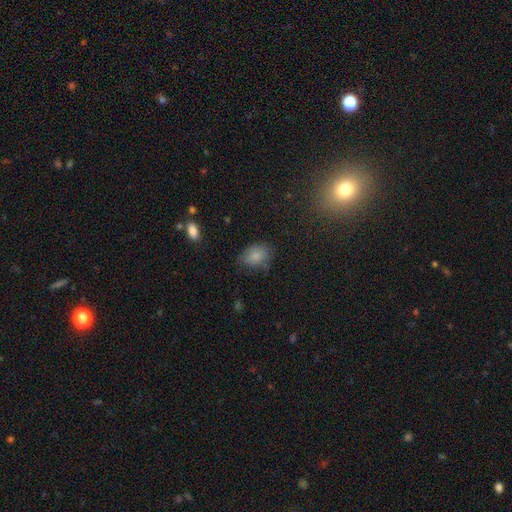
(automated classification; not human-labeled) A smooth galaxy with no disk features (82%) that is in between round and cigar-shaped (78%).

Vote fractions:
- Smooth or featured? smooth: 82% / star or artifact: 9% / featured or disk: 8%
- How rounded? in between: 78% / round: 21% / cigar-shaped: 1%
- Merging? none: 68% / minor disturbance: 24% / major disturbance: 6% / merger: 2%